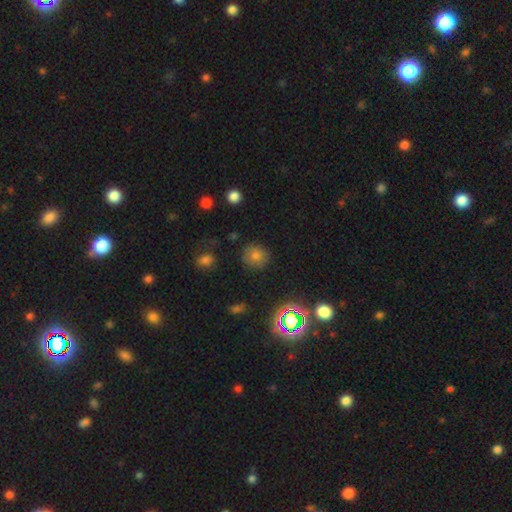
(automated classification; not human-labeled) This appears to be a smooth galaxy with no disk features (70%) that is round (88%). Merging: none (83%).